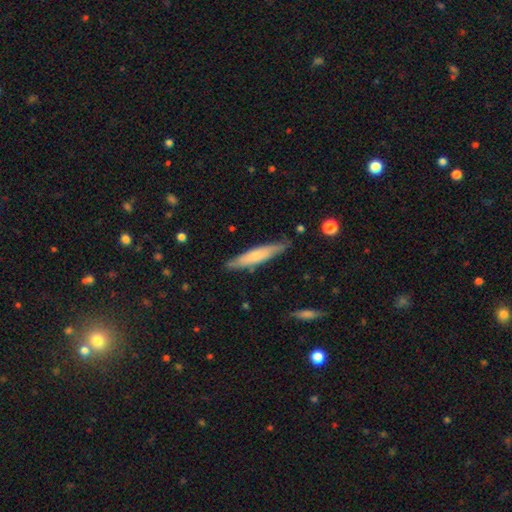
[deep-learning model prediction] A smooth galaxy with no disk features (62%) that is cigar-shaped (87%).

Vote fractions:
- Smooth or featured? smooth: 62% / featured or disk: 32% / star or artifact: 6%
- How rounded? cigar-shaped: 87% / in between: 12% / round: 1%
- Merging? none: 83% / minor disturbance: 13% / major disturbance: 2% / merger: 2%